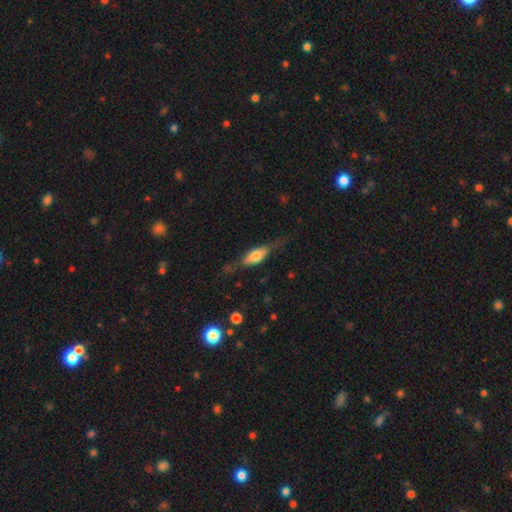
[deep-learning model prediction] This is possibly a featured or disk galaxy (49%). Merging: likely none (62%).